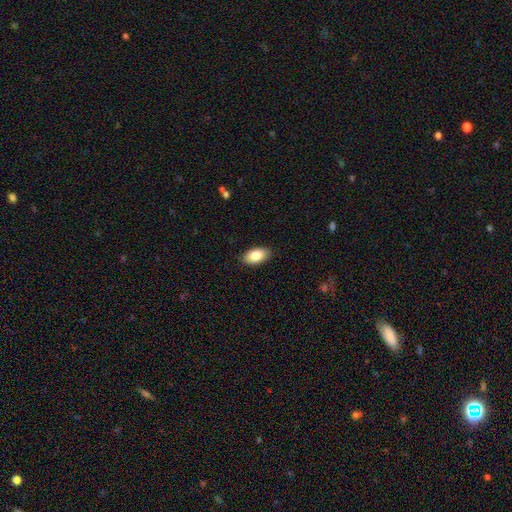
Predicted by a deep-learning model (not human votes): Smooth or featured? Predicted: smooth (p=0.86). How rounded? Predicted: in between (p=0.94). Merging? Predicted: none (p=0.88).